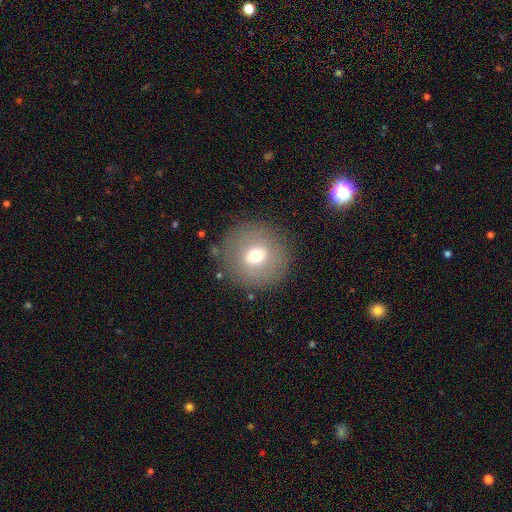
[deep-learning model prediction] Smooth or featured? smooth (64%)
How rounded? round (93%)
Merging? none (85%)